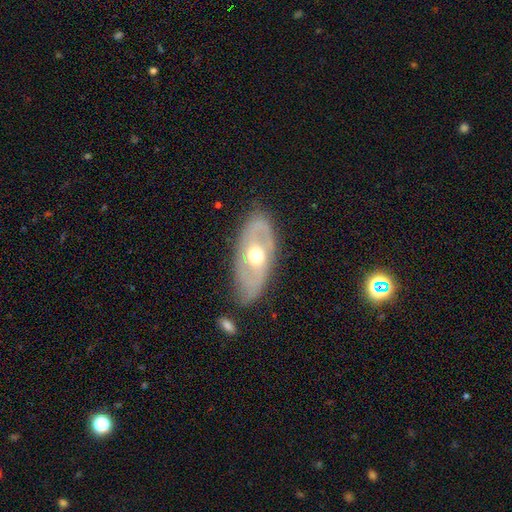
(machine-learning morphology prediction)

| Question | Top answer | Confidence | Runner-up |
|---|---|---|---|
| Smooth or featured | featured or disk | 67% | smooth (28%) |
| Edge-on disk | no | 86% | yes (14%) |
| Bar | no | 75% | weak (19%) |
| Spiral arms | no | 54% | yes (46%) |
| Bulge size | moderate | 74% | large (15%) |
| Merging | none | 78% | minor disturbance (15%) |